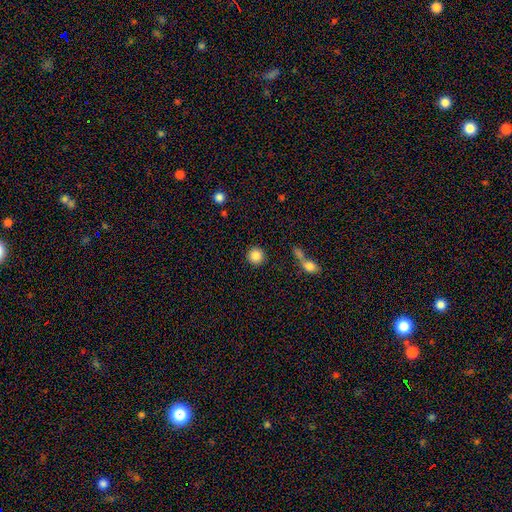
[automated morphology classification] smooth-or-featured: smooth: 87% | star or artifact: 9% | featured or disk: 4%
  how-rounded: round: 94% | in between: 5% | cigar-shaped: 1%
  merging: none: 87% | minor disturbance: 6% | merger: 4% | major disturbance: 3%